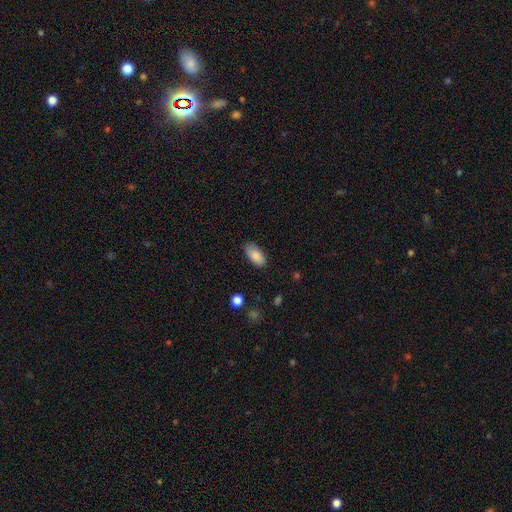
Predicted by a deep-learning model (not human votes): The model was most divided on "merging": none: 80%, minor disturbance: 16%, major disturbance: 3%, merger: 1%. More confident: how rounded — in between (91%); smooth or featured — smooth (87%).